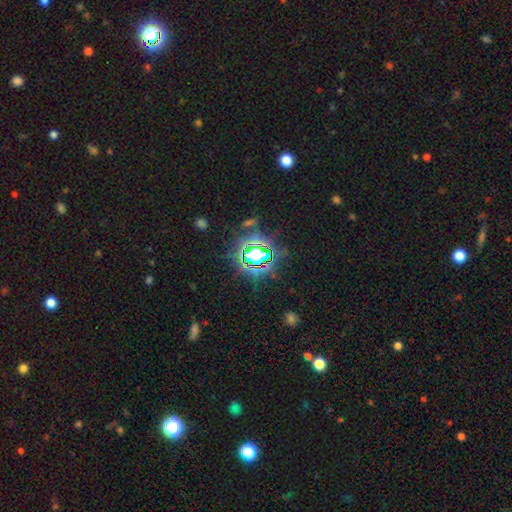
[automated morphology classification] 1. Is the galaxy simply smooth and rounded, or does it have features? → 74% star or artifact, 16% smooth, 10% featured or disk.